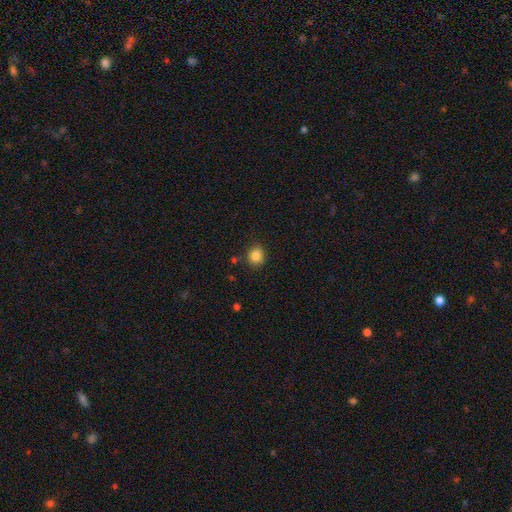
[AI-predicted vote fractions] Smooth or featured?
  - smooth: 85% *
  - star or artifact: 10%
  - featured or disk: 4%
How rounded?
  - round: 78% *
  - in between: 21%
  - cigar-shaped: 1%
Merging?
  - none: 83% *
  - minor disturbance: 12%
  - major disturbance: 3%
  - merger: 3%